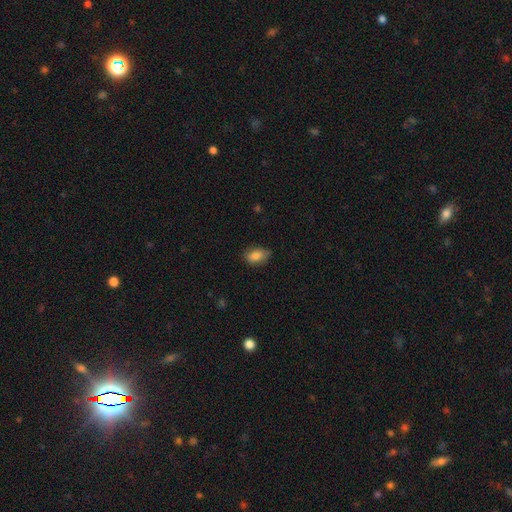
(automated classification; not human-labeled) A smooth galaxy with no disk features (85%) that is in between round and cigar-shaped (89%).

Vote fractions:
- Smooth or featured? smooth: 85% / star or artifact: 8% / featured or disk: 7%
- How rounded? in between: 89% / round: 8% / cigar-shaped: 3%
- Merging? none: 75% / minor disturbance: 20% / major disturbance: 4% / merger: 1%